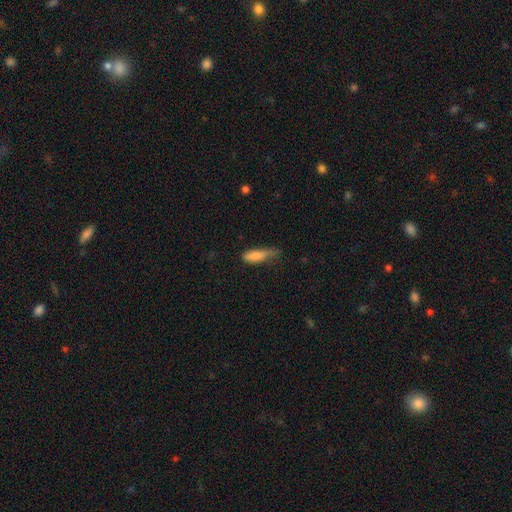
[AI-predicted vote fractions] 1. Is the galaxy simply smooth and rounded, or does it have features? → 81% smooth, 12% featured or disk, 7% star or artifact.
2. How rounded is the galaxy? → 51% in between, 47% cigar-shaped, 3% round.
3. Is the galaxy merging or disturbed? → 46% minor disturbance, 31% none, 20% major disturbance, 3% merger.